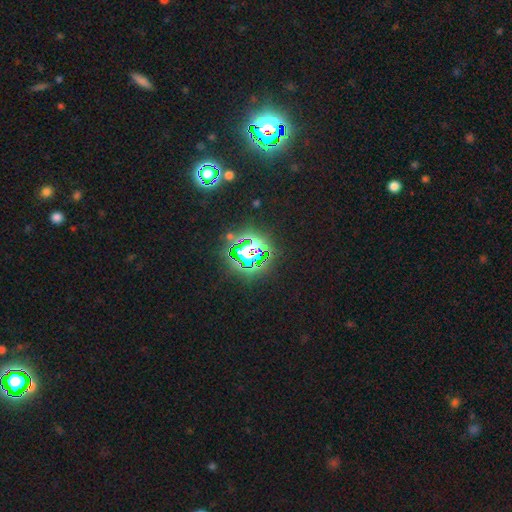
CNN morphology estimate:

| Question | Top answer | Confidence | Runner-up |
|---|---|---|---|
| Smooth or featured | star or artifact | 83% | smooth (11%) |